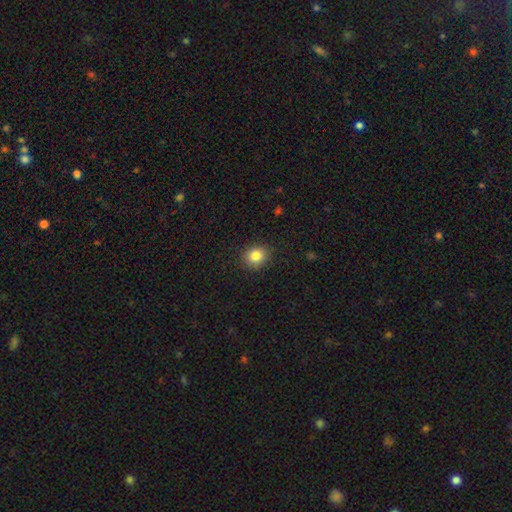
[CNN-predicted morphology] A smooth galaxy with no disk features (83%) that is round (74%).

Vote fractions:
- Smooth or featured? smooth: 83% / star or artifact: 11% / featured or disk: 7%
- How rounded? round: 74% / in between: 26% / cigar-shaped: 1%
- Merging? none: 89% / minor disturbance: 8% / major disturbance: 2% / merger: 1%